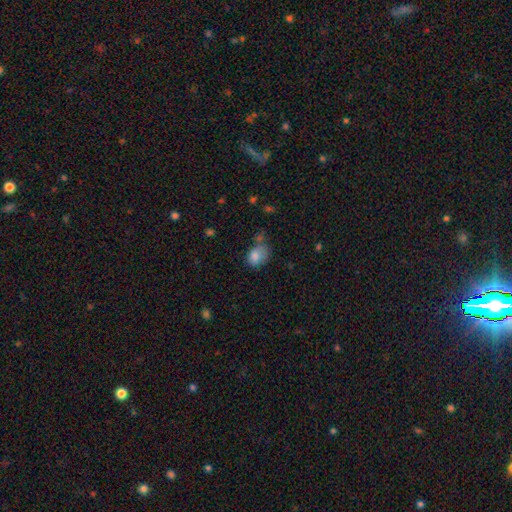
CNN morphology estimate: Smooth or featured: smooth — 81% (featured or disk — 10%)
How rounded: in between — 64% (round — 35%)
Merging: none — 42% (minor disturbance — 30%)